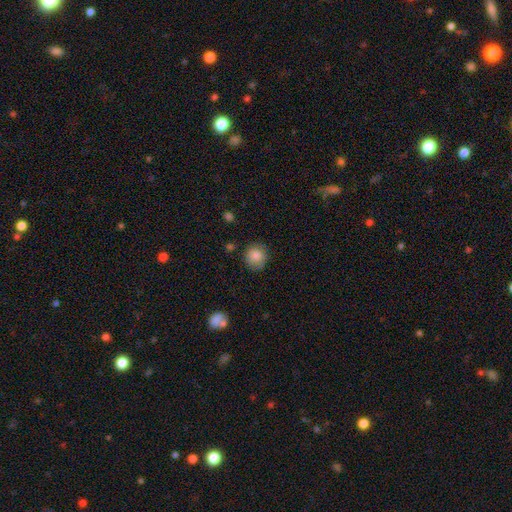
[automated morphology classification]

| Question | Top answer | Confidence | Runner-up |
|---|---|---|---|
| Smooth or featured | smooth | 85% | star or artifact (9%) |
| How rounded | round | 87% | in between (12%) |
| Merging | none | 81% | minor disturbance (14%) |